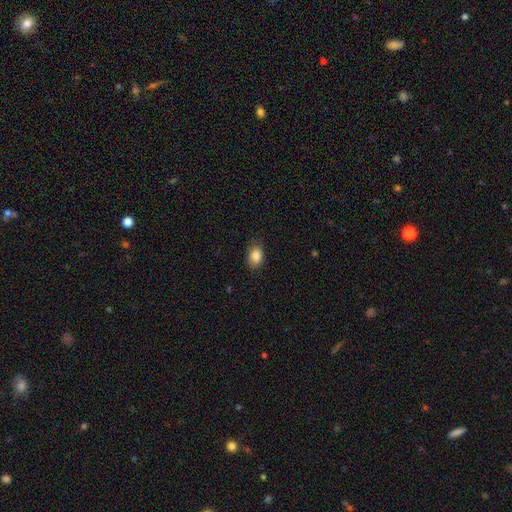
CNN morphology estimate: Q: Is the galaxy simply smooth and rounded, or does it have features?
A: smooth — 85%.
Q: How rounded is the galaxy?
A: in between — 83%.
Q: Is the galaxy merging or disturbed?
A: none — 83%.